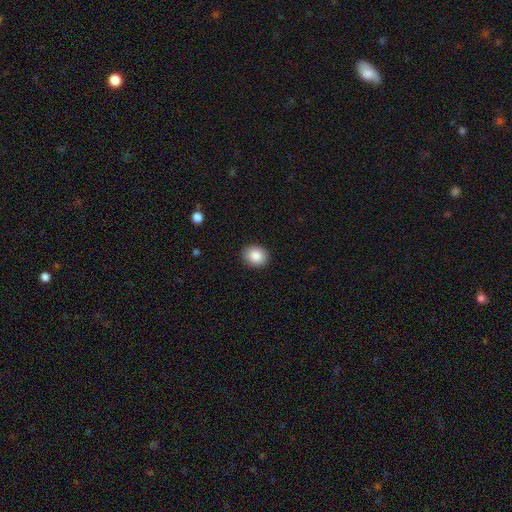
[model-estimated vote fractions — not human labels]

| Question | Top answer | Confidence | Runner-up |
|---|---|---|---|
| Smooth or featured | smooth | 88% | star or artifact (8%) |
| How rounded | round | 62% | in between (37%) |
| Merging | none | 90% | minor disturbance (7%) |